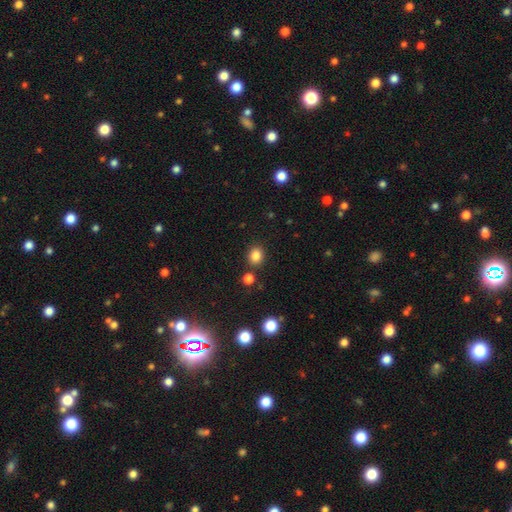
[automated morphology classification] smooth-or-featured: smooth: 84% | star or artifact: 12% | featured or disk: 4%
  how-rounded: round: 65% | in between: 34% | cigar-shaped: 1%
  merging: none: 83% | minor disturbance: 8% | merger: 6% | major disturbance: 3%